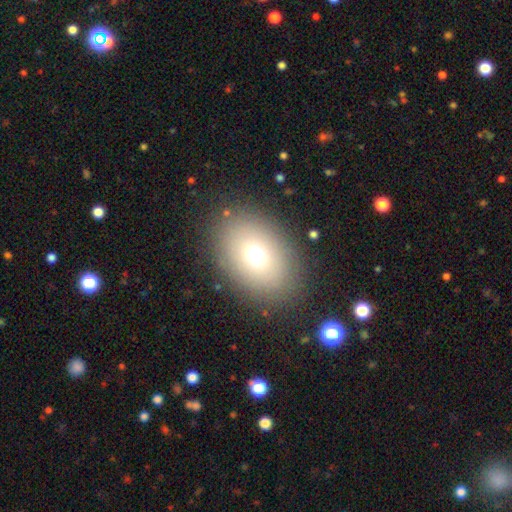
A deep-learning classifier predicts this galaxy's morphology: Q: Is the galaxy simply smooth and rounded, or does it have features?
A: smooth — 71%.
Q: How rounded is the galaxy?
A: in between — 77%.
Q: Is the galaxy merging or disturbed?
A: none — 85%.